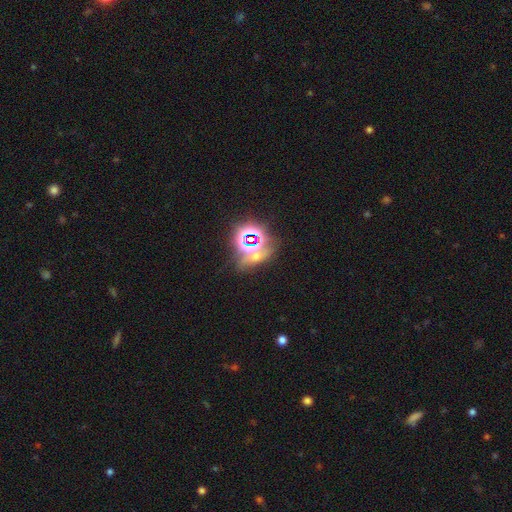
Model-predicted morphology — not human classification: Smooth or featured?
  - star or artifact: 63% *
  - smooth: 25%
  - featured or disk: 12%